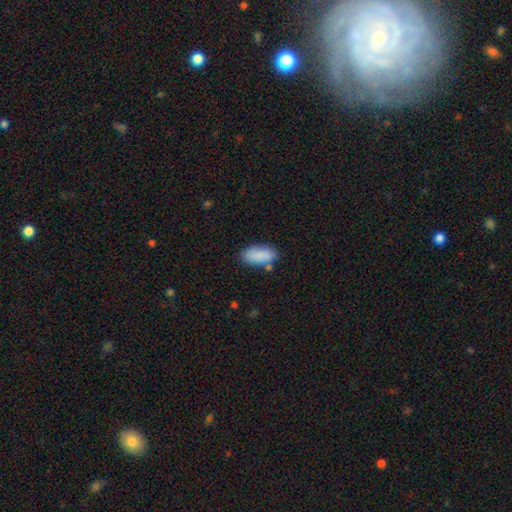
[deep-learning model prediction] Smooth or featured? Predicted: smooth (p=0.87). How rounded? Predicted: in between (p=0.88). Merging? Predicted: none (p=0.73).